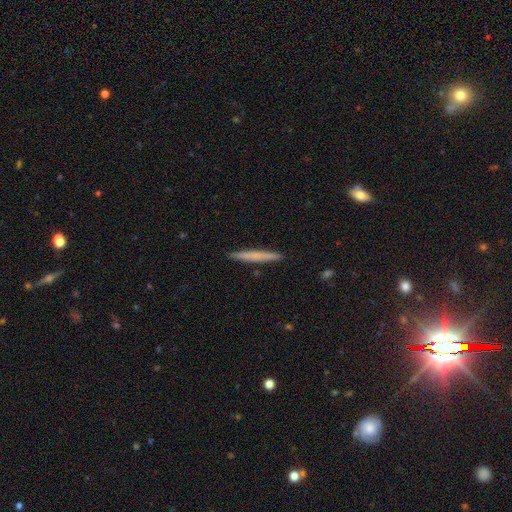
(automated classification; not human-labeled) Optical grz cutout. It shows a smooth galaxy with no disk features (64%) that is cigar-shaped (97%). Merging: none (92%).